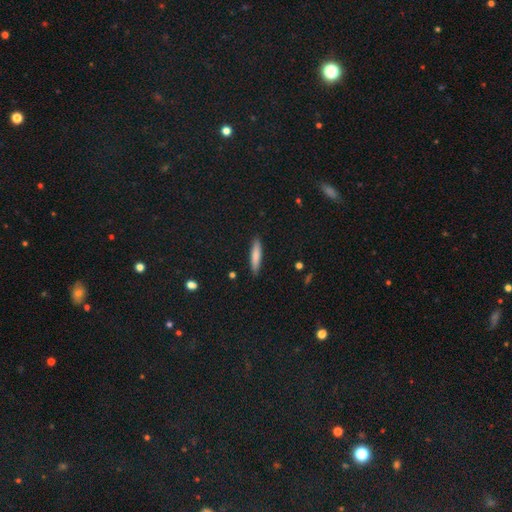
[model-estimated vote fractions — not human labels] Q: Smooth or featured?
A: smooth (78%); runner-up: featured or disk (15%)
Q: How rounded?
A: cigar-shaped (85%); runner-up: in between (14%)
Q: Merging?
A: none (88%); runner-up: minor disturbance (9%)